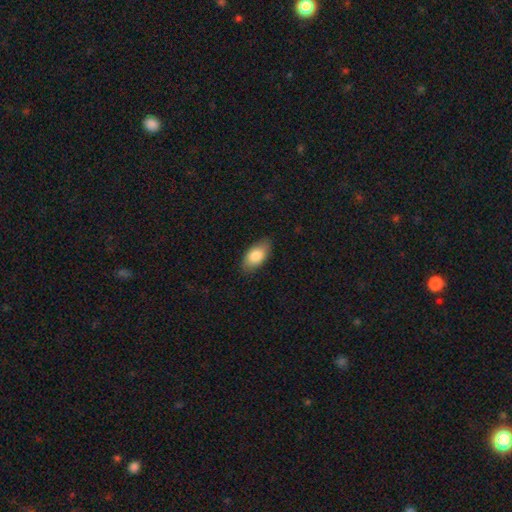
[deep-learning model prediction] smooth-or-featured: smooth: 83% | featured or disk: 11% | star or artifact: 6%
  how-rounded: in between: 93% | cigar-shaped: 4% | round: 3%
  merging: none: 84% | minor disturbance: 12% | major disturbance: 2% | merger: 1%